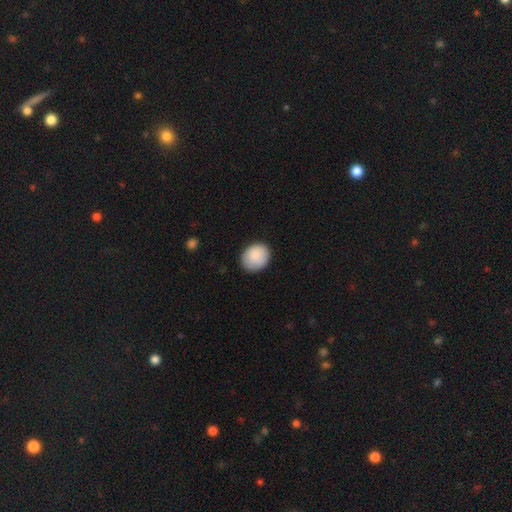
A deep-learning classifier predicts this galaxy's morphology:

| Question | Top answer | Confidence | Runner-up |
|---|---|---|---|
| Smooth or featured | smooth | 88% | star or artifact (6%) |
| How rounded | round | 63% | in between (36%) |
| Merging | none | 84% | minor disturbance (13%) |